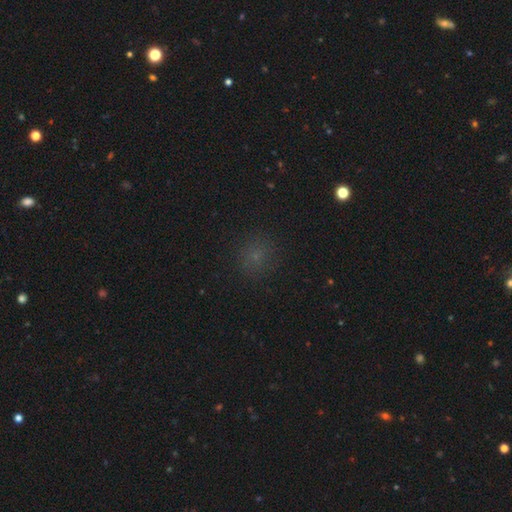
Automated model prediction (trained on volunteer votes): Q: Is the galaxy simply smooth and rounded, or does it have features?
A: smooth — 64%.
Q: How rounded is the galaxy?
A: round — 85%.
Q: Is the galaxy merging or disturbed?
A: none — 86%.